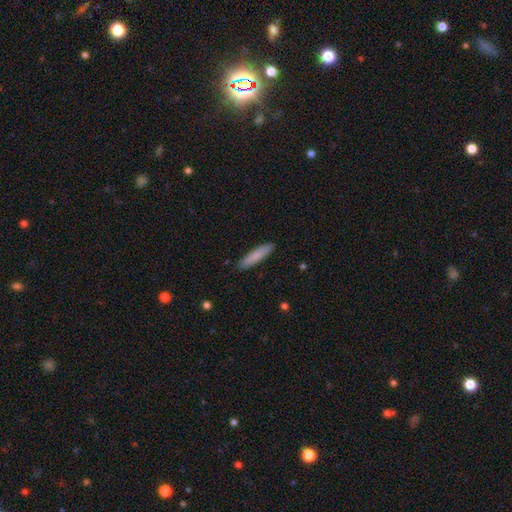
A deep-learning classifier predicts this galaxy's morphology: Smooth or featured? smooth (81%)
How rounded? cigar-shaped (86%)
Merging? none (90%)